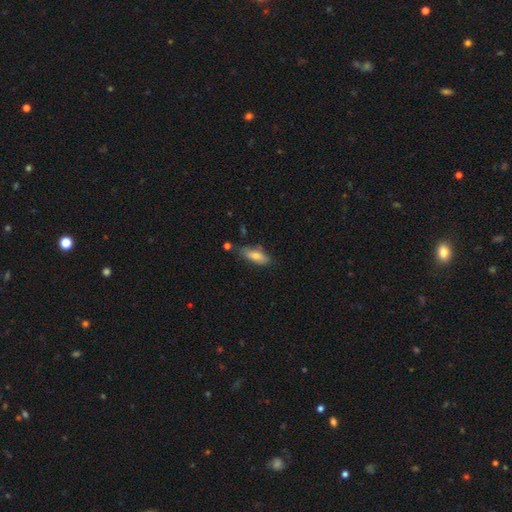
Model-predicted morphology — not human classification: smooth 73%, featured or disk 20%, star or artifact 7%. Down the decision tree: how rounded — in between (64%); merging — none (71%).